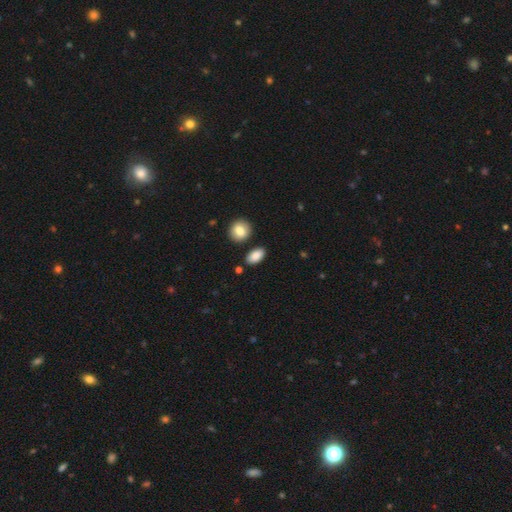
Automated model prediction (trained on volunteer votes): A smooth galaxy with no disk features (87%) that is in between round and cigar-shaped (90%). Merging: none (83%).